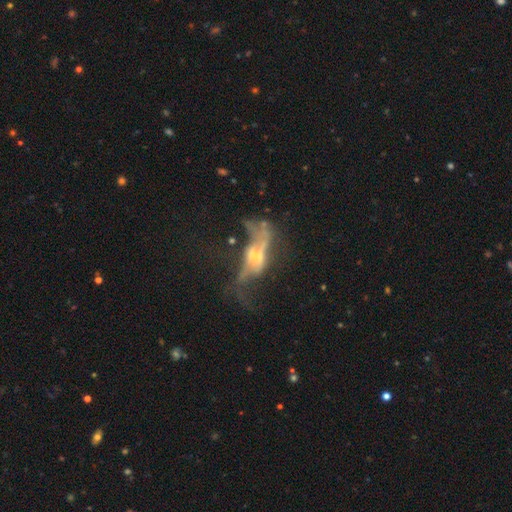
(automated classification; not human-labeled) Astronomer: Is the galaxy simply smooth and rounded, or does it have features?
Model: featured or disk — 68%.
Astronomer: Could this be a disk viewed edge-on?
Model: no — 76%.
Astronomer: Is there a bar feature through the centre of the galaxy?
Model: no — 65%.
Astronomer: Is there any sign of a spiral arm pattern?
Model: no — 56% (runner-up: yes, 44%).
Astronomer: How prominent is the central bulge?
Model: moderate — 44% (runner-up: small, 37%).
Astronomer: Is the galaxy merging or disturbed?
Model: major disturbance — 47% (runner-up: none, 24%).